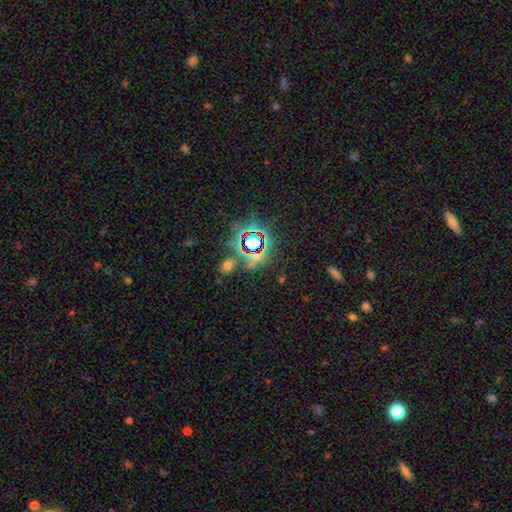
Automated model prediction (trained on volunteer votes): Smooth or featured: star or artifact — 69% (smooth — 22%)